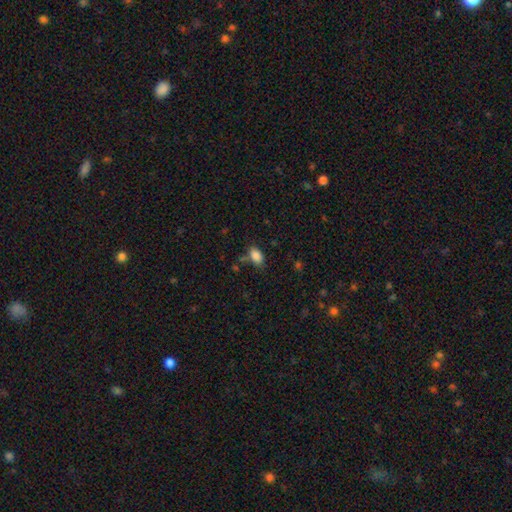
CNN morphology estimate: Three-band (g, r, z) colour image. It shows a smooth galaxy with no disk features (86%) that is in between round and cigar-shaped (88%). Merging: none (69%).